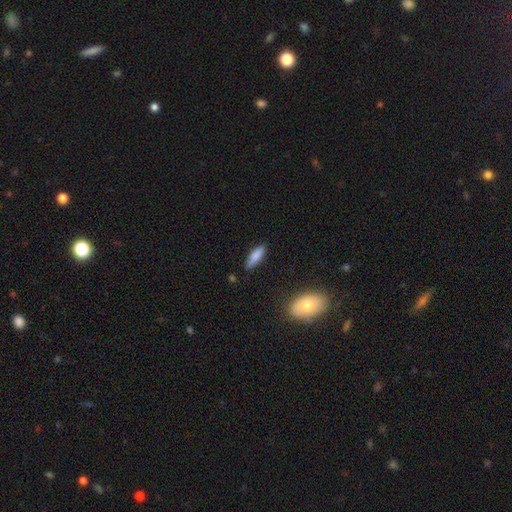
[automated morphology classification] The model was most divided on "how rounded": cigar-shaped: 55%, in between: 43%, round: 2%. More confident: merging — none (82%); smooth or featured — smooth (78%).